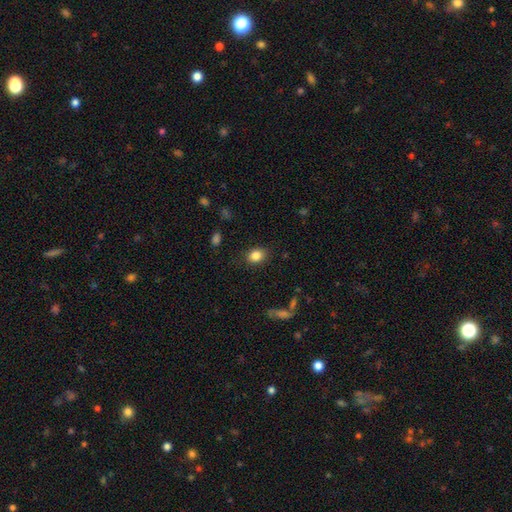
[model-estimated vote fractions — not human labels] Morphology: type=smooth (84%); roundness=in between (63%); merging=none (85%).